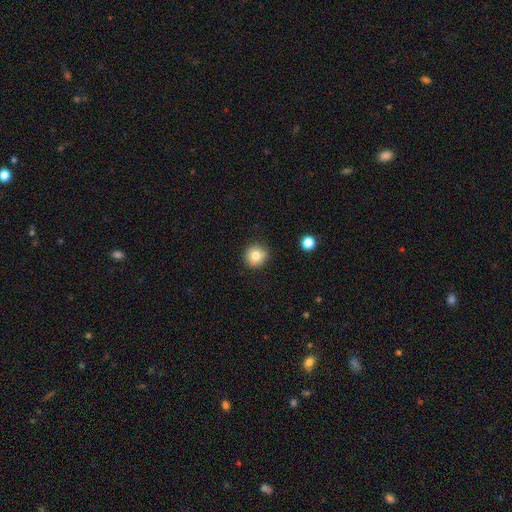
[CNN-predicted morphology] smooth_or_featured: smooth (p=0.80) [alt: star or artifact p=0.10]
how_rounded: round (p=0.93) [alt: in between p=0.06]
merging: none (p=0.88) [alt: minor disturbance p=0.08]